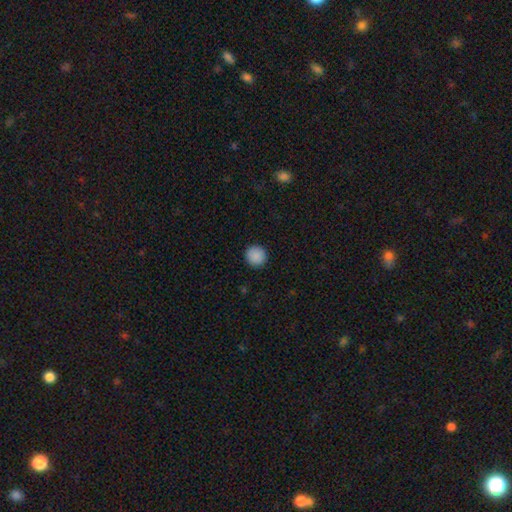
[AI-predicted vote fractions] Smooth or featured: smooth — 89% (star or artifact — 8%)
How rounded: round — 95% (in between — 5%)
Merging: none — 92% (minor disturbance — 5%)